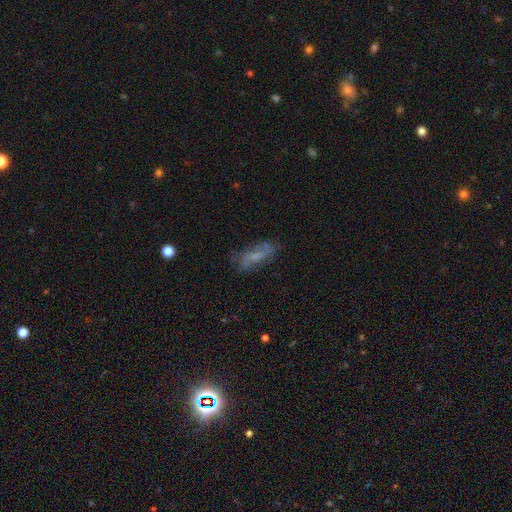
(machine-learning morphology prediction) smooth-or-featured: smooth: 46% | featured or disk: 43% | star or artifact: 11%
  merging: none: 64% | minor disturbance: 22% | major disturbance: 10% | merger: 3%